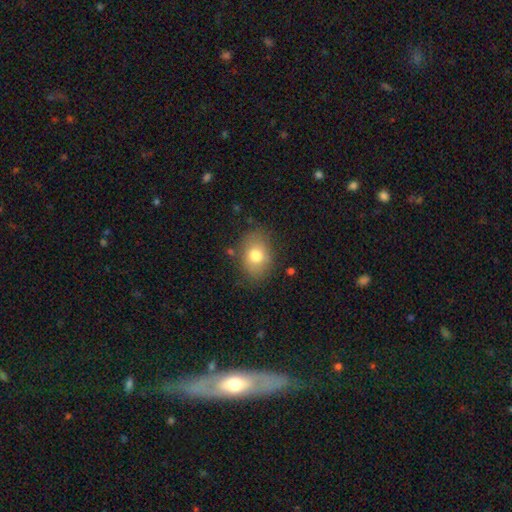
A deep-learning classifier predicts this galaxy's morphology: A smooth galaxy with no disk features (76%) that is in between round and cigar-shaped (69%). Merging: none (75%).